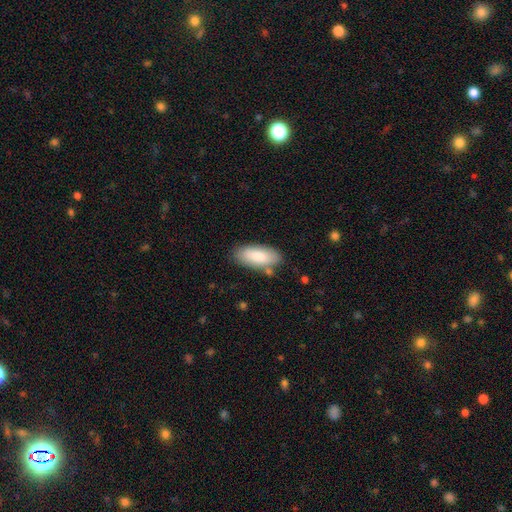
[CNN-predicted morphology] Q: Smooth or featured?
A: smooth (84%); runner-up: featured or disk (10%)
Q: How rounded?
A: in between (85%); runner-up: cigar-shaped (13%)
Q: Merging?
A: none (80%); runner-up: minor disturbance (14%)